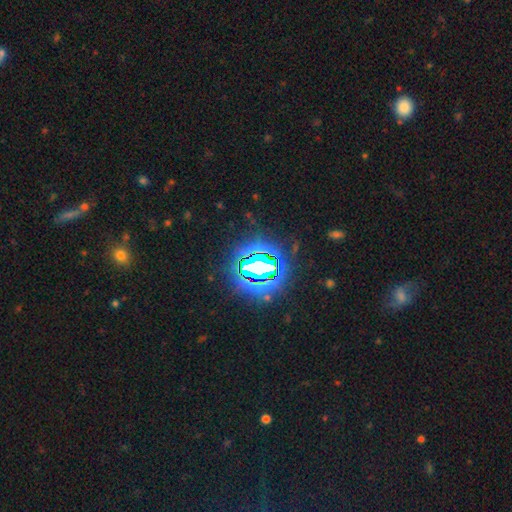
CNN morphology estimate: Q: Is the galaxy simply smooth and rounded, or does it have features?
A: star or artifact — 79%.